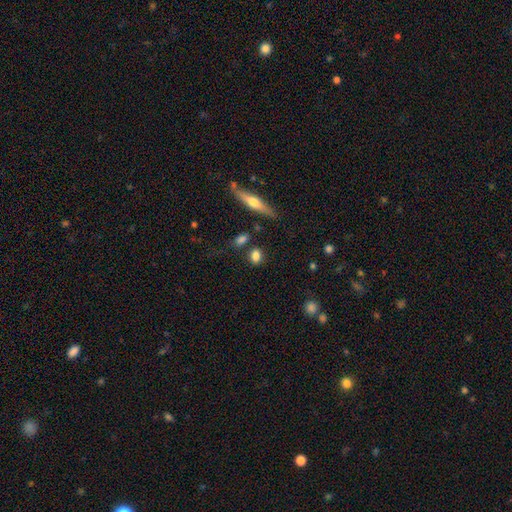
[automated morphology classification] Smooth or featured?
  - smooth: 81% *
  - featured or disk: 10%
  - star or artifact: 9%
How rounded?
  - in between: 60% *
  - round: 35%
  - cigar-shaped: 5%
Merging?
  - none: 79% *
  - minor disturbance: 12%
  - merger: 6%
  - major disturbance: 4%